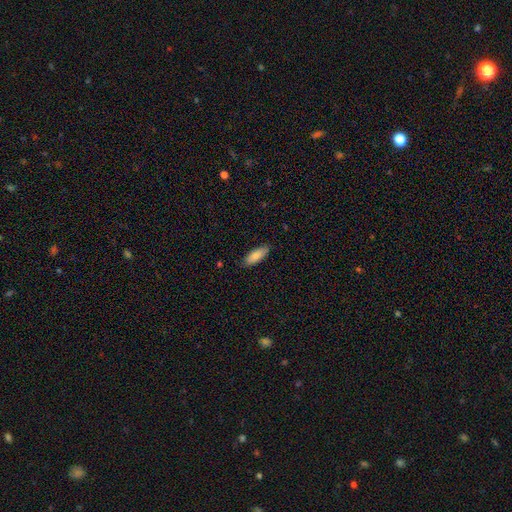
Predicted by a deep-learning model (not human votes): A smooth galaxy with no disk features (83%) that is in between round and cigar-shaped (69%). Merging: none (86%).